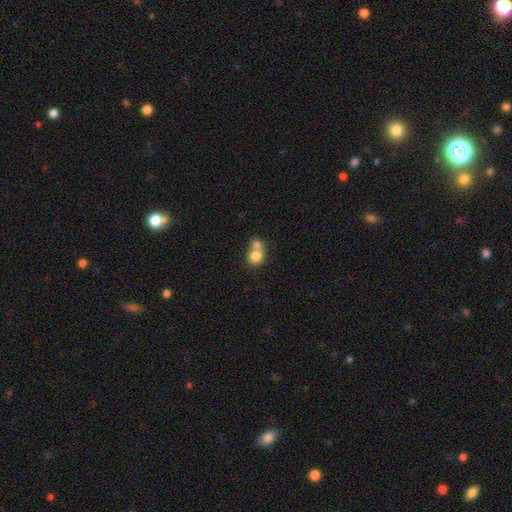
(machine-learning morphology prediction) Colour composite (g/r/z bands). It shows a smooth galaxy with no disk features (79%) that is round (79%). Merging: merger (59%).